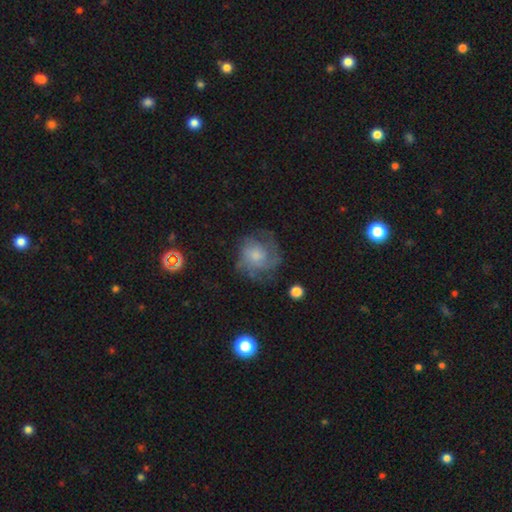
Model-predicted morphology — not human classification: Smooth or featured? Predicted: featured or disk (p=0.55). Edge-on disk? Predicted: no (p=0.97). Bar? Predicted: no (p=0.78). Spiral arms? Predicted: yes (p=0.79). Bulge size? Predicted: small (p=0.40). Merging? Predicted: none (p=0.58).